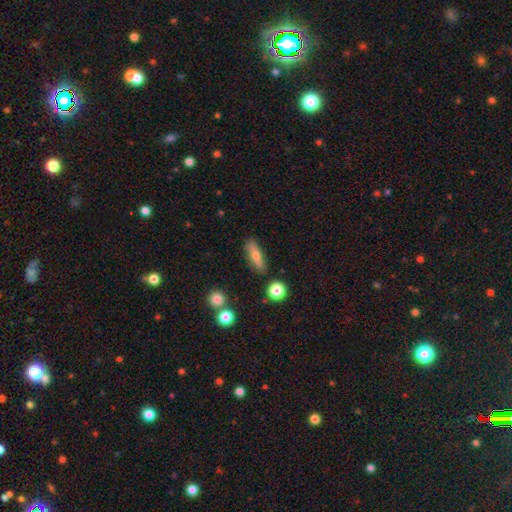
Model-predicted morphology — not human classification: smooth 62%, featured or disk 30%, star or artifact 8%. Down the decision tree: how rounded — cigar-shaped (61%); merging — none (84%).